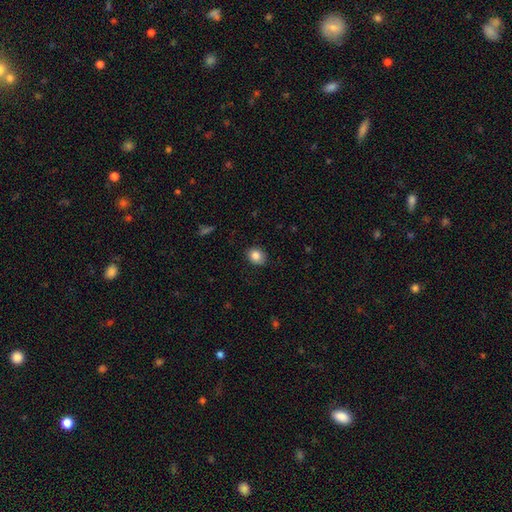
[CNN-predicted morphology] This is clearly a smooth galaxy (85%). How rounded: possibly round (55%). Merging: clearly none (86%).